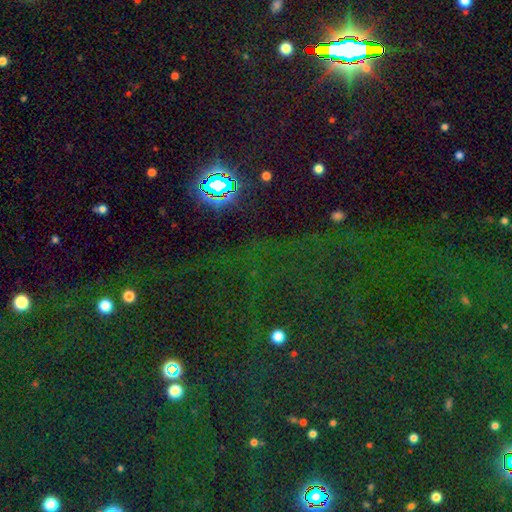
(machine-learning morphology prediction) The model was most divided on "smooth or featured": star or artifact: 83%, smooth: 10%, featured or disk: 7%.